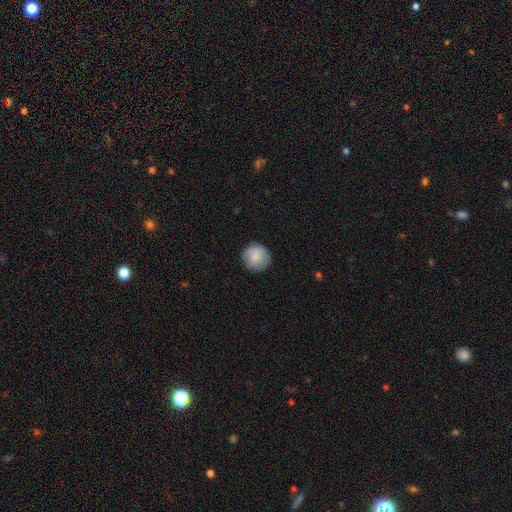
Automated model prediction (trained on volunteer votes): Smooth or featured? Predicted: smooth (p=0.84). How rounded? Predicted: round (p=0.94). Merging? Predicted: none (p=0.87).